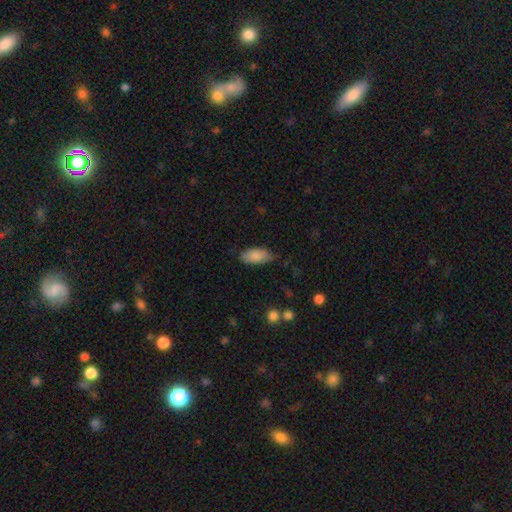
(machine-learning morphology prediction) This appears to be a smooth galaxy with no disk features (86%) that is in between round and cigar-shaped (90%). Merging: none (68%).